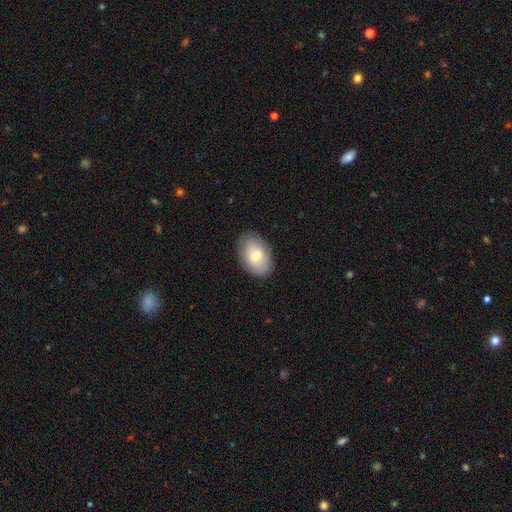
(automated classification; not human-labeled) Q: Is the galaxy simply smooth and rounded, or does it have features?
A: smooth — 72%.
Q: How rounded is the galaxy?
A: in between — 89%.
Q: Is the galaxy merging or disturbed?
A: none — 84%.